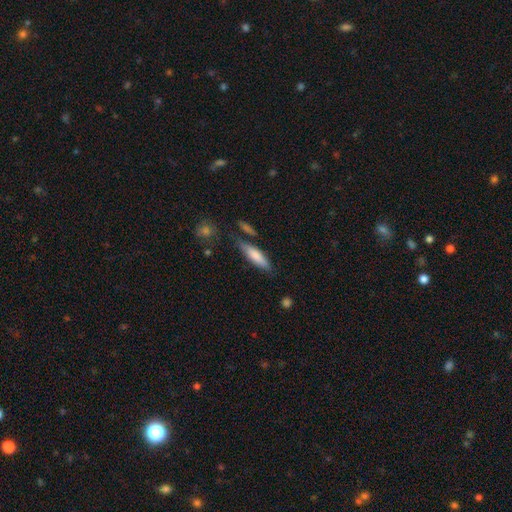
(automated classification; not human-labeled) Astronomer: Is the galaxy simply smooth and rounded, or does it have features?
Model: smooth — 76%.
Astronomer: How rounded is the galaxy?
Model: cigar-shaped — 65%.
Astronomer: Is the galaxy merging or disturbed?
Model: none — 70%.